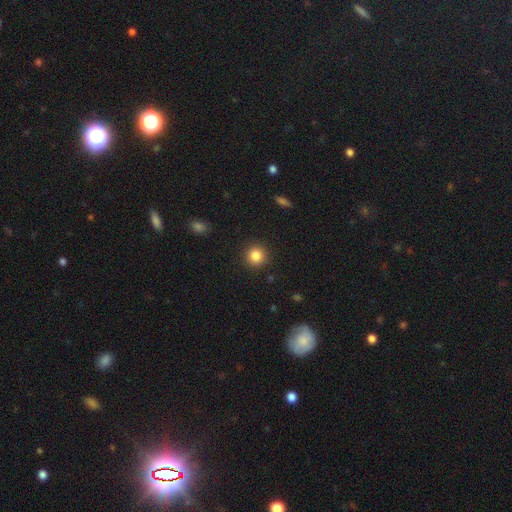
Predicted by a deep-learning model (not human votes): smooth_or_featured: smooth (p=0.85) [alt: star or artifact p=0.11]
how_rounded: round (p=0.94) [alt: in between p=0.05]
merging: none (p=0.91) [alt: minor disturbance p=0.05]